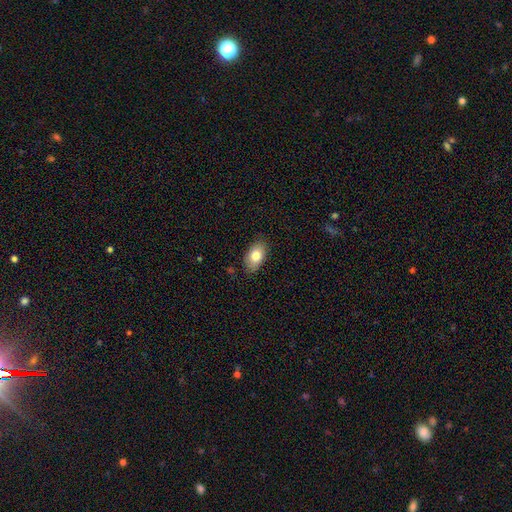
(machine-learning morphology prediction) The model was most divided on "smooth or featured": smooth: 80%, featured or disk: 13%, star or artifact: 7%. More confident: how rounded — in between (92%); merging — none (84%).